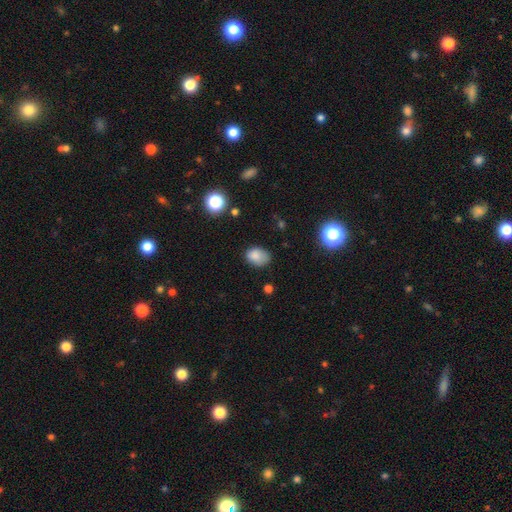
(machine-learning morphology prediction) This is clearly a smooth galaxy (82%). How rounded: likely in between (75%). Merging: likely none (63%).